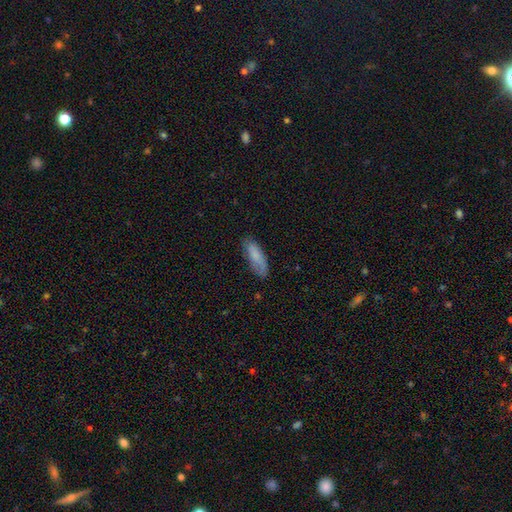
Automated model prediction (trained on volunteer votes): smooth_or_featured: smooth (p=0.80) [alt: featured or disk p=0.13]
how_rounded: in between (p=0.58) [alt: cigar-shaped p=0.41]
merging: none (p=0.74) [alt: minor disturbance p=0.21]